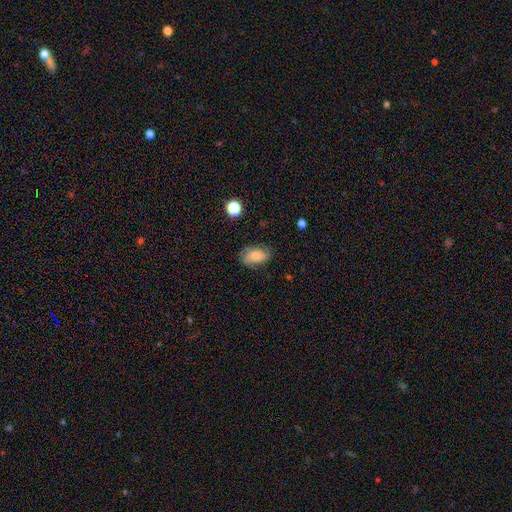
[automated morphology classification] Overall: smooth (68%). How rounded: in between (88%). Merging: none (69%).